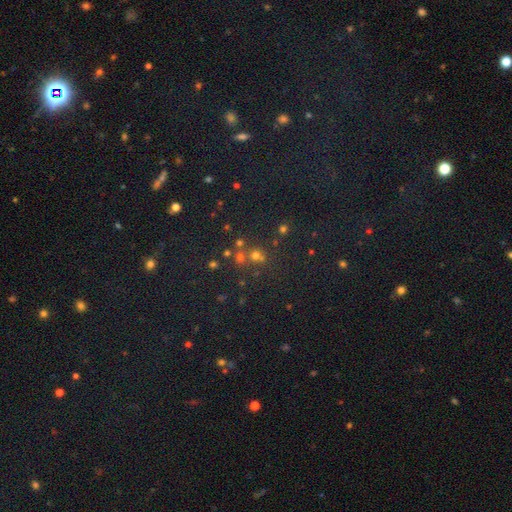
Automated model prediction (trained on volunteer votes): A star or artifact, not a galaxy (55%).